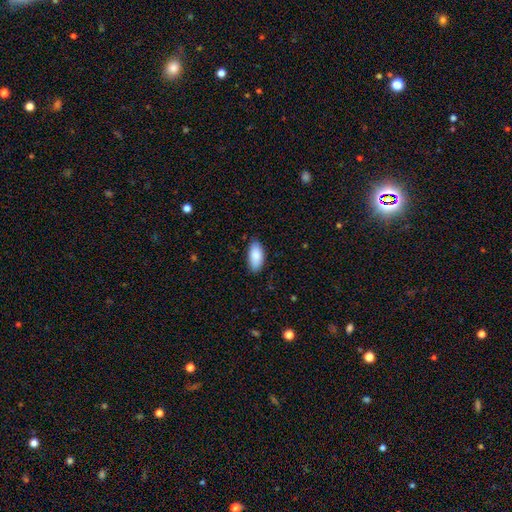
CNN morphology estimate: Smooth or featured: smooth — 87% (featured or disk — 7%)
How rounded: in between — 91% (cigar-shaped — 7%)
Merging: none — 84% (minor disturbance — 13%)